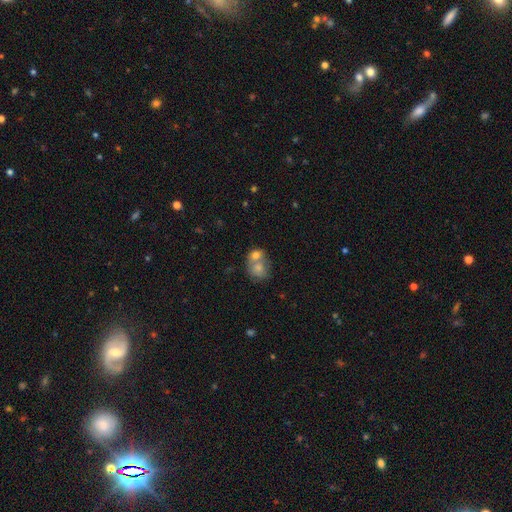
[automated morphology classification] A smooth galaxy with no disk features (73%) that is round (63%). Merging: merger (67%).